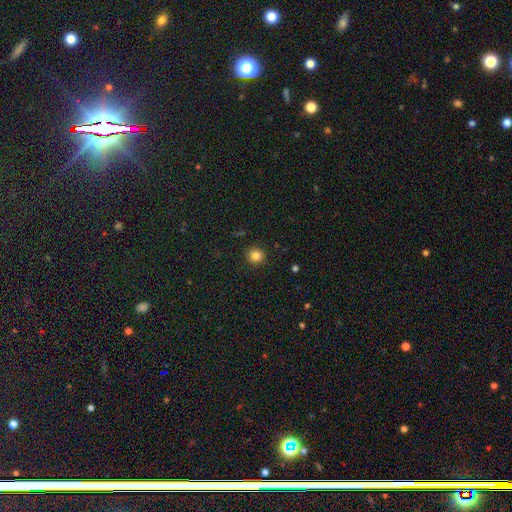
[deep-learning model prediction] Q: Smooth or featured?
A: smooth (83%); runner-up: star or artifact (12%)
Q: How rounded?
A: round (91%); runner-up: in between (8%)
Q: Merging?
A: none (91%); runner-up: minor disturbance (6%)